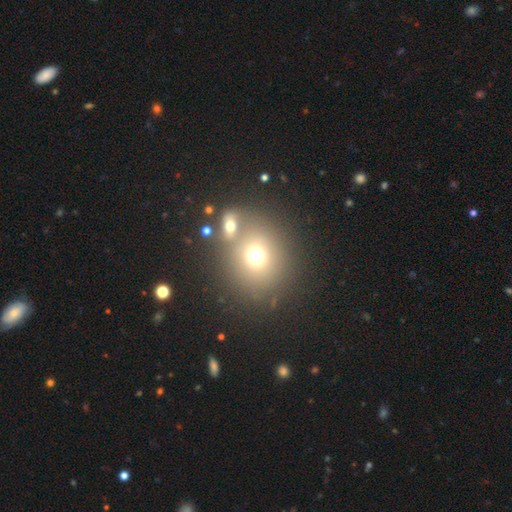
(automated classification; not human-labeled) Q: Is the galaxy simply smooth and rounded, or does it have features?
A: smooth — 69%.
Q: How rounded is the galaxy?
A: round — 81%.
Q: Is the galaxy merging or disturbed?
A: none — 58%.